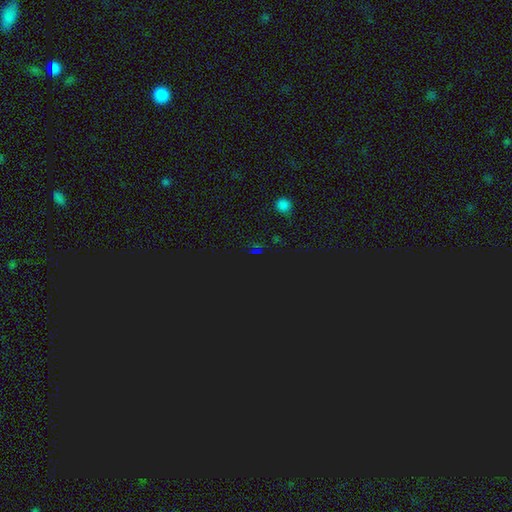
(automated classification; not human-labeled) smooth_or_featured: star or artifact (p=0.78) [alt: smooth p=0.15]